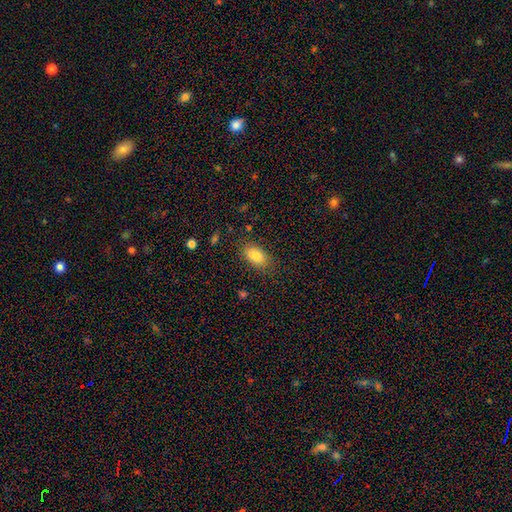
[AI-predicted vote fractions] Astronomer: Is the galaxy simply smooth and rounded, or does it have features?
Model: smooth — 83%.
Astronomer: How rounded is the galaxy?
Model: in between — 90%.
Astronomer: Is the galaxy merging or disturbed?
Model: none — 80%.